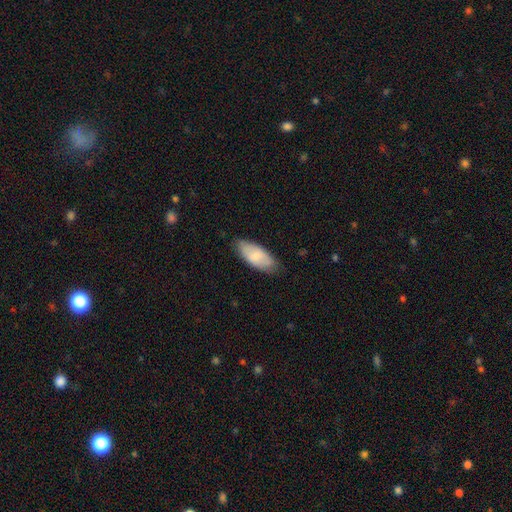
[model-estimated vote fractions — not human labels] Q: Smooth or featured?
A: smooth (78%); runner-up: featured or disk (17%)
Q: How rounded?
A: in between (87%); runner-up: cigar-shaped (11%)
Q: Merging?
A: none (77%); runner-up: minor disturbance (19%)